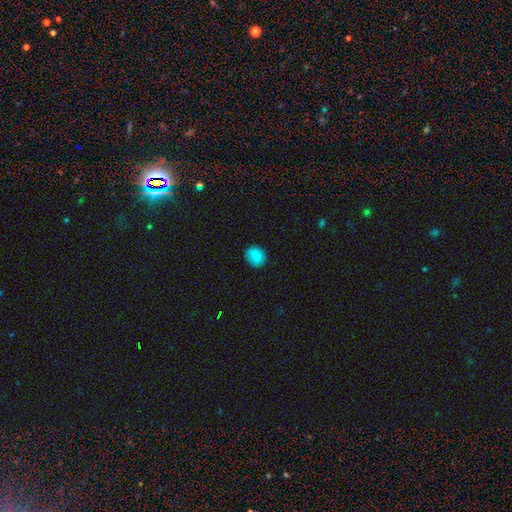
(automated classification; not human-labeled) This is clearly a smooth galaxy (88%). How rounded: likely round (74%). Merging: clearly none (87%).